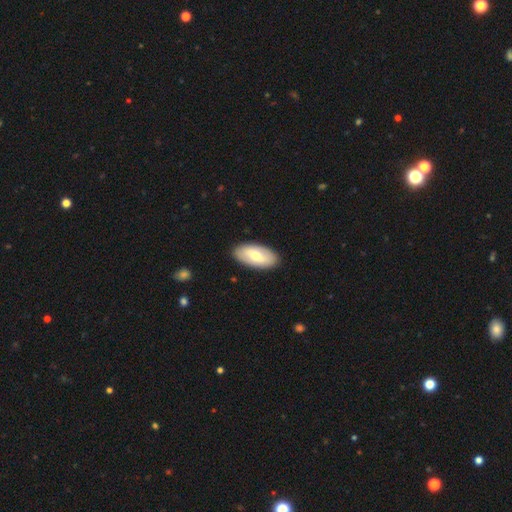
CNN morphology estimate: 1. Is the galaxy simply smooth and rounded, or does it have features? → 59% smooth, 36% featured or disk, 5% star or artifact.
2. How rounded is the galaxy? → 93% in between, 4% cigar-shaped, 3% round.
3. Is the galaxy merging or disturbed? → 89% none, 8% minor disturbance, 2% major disturbance, 1% merger.